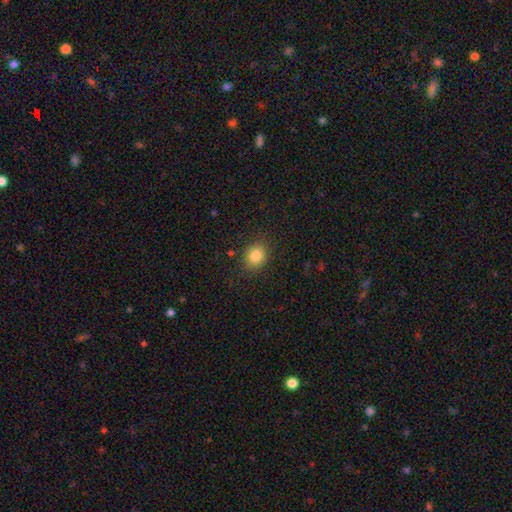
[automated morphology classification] smooth 84%, star or artifact 10%, featured or disk 6%. Down the decision tree: how rounded — round (55%); merging — none (85%).